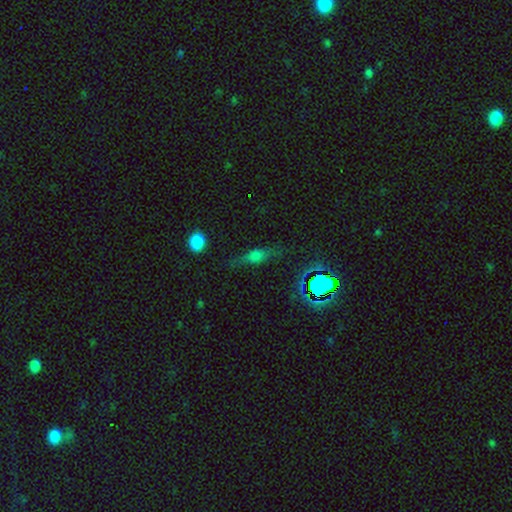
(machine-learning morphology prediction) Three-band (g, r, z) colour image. It shows a smooth galaxy with no disk features (43%). Merging: none (70%).